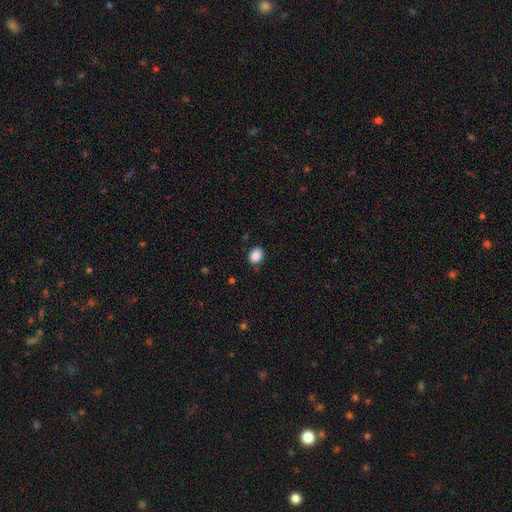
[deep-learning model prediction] This is clearly a smooth galaxy (88%). How rounded: possibly in between (52%). Merging: clearly none (85%).